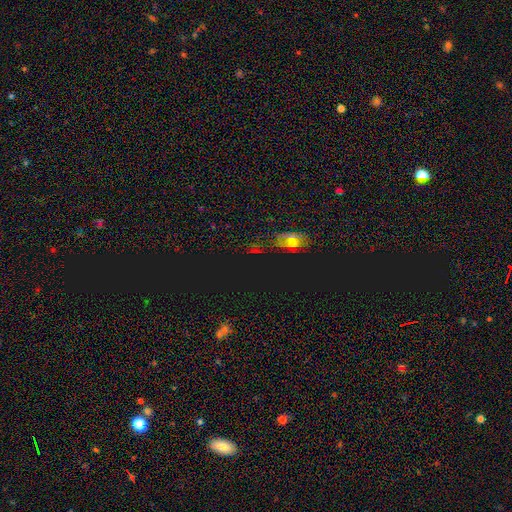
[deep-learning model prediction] This appears to be a star or artifact, not a galaxy (66%).